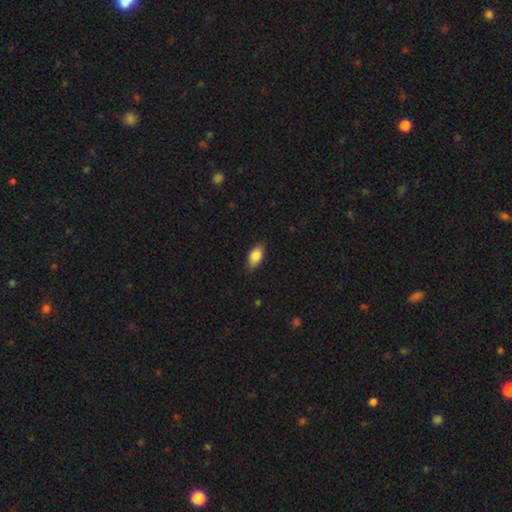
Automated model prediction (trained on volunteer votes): Overall: smooth (86%). How rounded: in between (90%). Merging: none (82%).